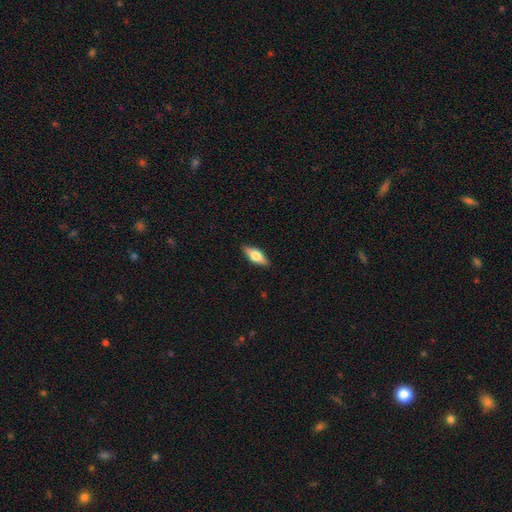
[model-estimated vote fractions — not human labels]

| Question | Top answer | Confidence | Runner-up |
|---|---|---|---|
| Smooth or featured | smooth | 55% | featured or disk (38%) |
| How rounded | in between | 69% | cigar-shaped (28%) |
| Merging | none | 88% | minor disturbance (9%) |